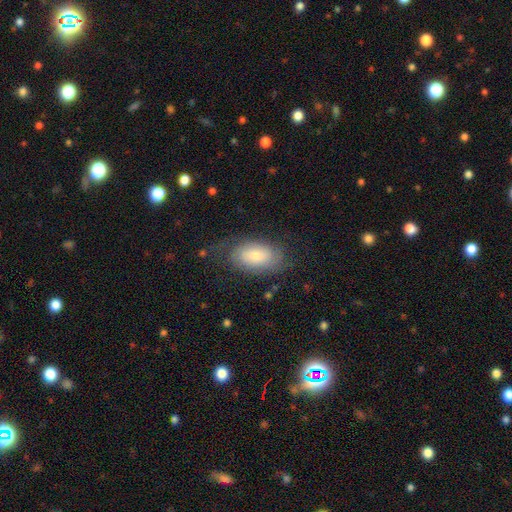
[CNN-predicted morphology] Smooth or featured? Predicted: smooth (p=0.65). How rounded? Predicted: in between (p=0.93). Merging? Predicted: none (p=0.63).